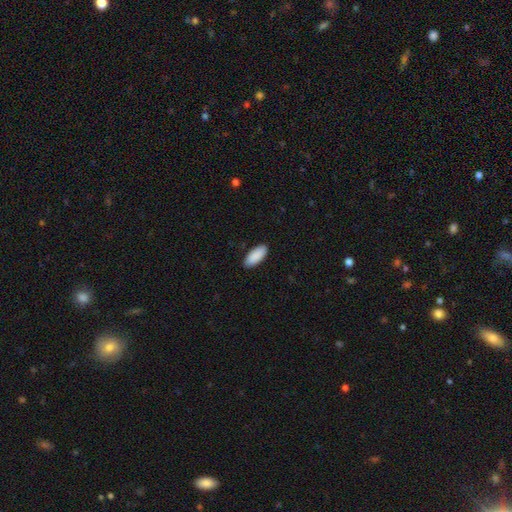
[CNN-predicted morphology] Smooth or featured?
  - smooth: 91% *
  - star or artifact: 5%
  - featured or disk: 3%
How rounded?
  - in between: 87% *
  - cigar-shaped: 11%
  - round: 1%
Merging?
  - none: 89% *
  - minor disturbance: 9%
  - major disturbance: 2%
  - merger: 1%